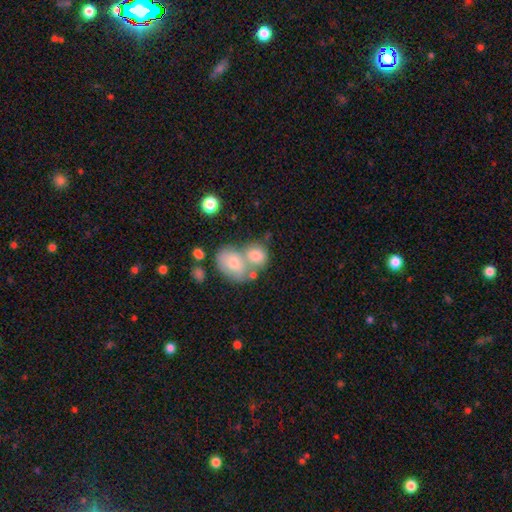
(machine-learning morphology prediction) Smooth or featured?
  - smooth: 75% *
  - featured or disk: 16%
  - star or artifact: 9%
How rounded?
  - in between: 51% *
  - round: 48%
  - cigar-shaped: 1%
Merging?
  - merger: 56% *
  - none: 29%
  - minor disturbance: 10%
  - major disturbance: 5%